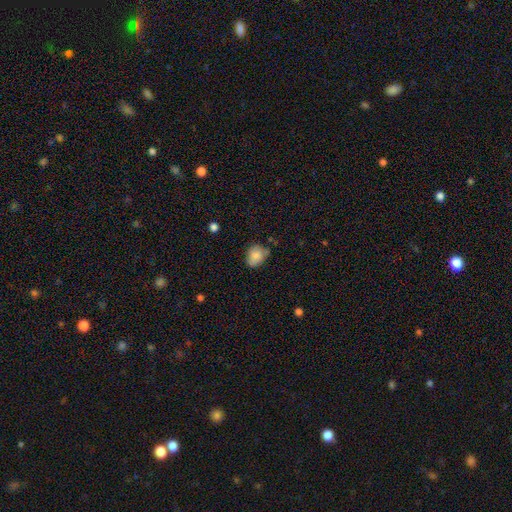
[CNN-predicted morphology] Smooth or featured?
  - smooth: 82% *
  - featured or disk: 9%
  - star or artifact: 8%
How rounded?
  - in between: 54% *
  - round: 45%
  - cigar-shaped: 1%
Merging?
  - none: 61% *
  - minor disturbance: 29%
  - major disturbance: 6%
  - merger: 4%